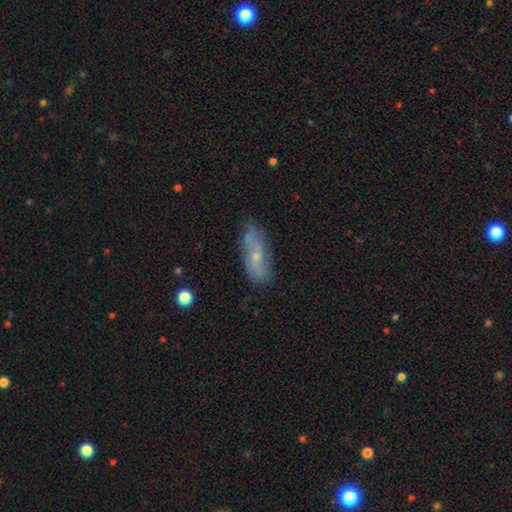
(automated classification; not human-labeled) Smooth or featured: featured or disk — 53% (smooth — 38%)
Edge-on disk: no — 77% (yes — 23%)
Merging: none — 68% (minor disturbance — 23%)